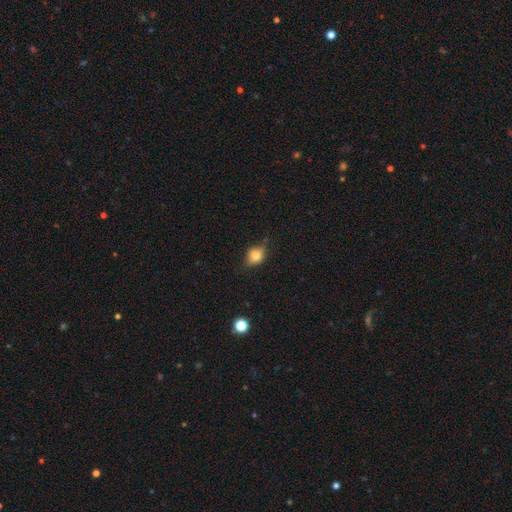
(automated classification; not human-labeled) Smooth or featured: smooth — 68% (featured or disk — 21%)
How rounded: round — 49% (in between — 48%)
Merging: none — 68% (minor disturbance — 24%)